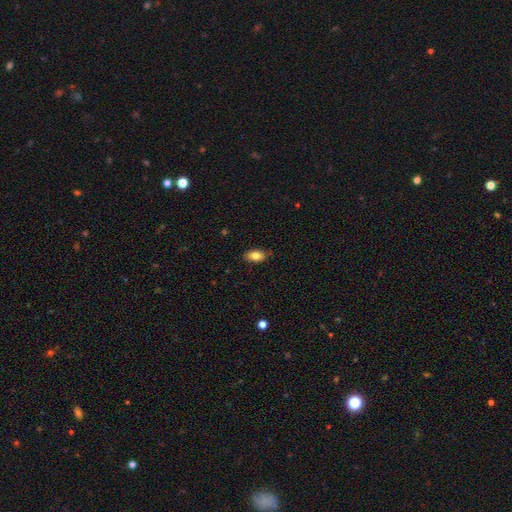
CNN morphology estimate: This appears to be a smooth galaxy with no disk features (81%) that is in between round and cigar-shaped (90%). Merging: none (84%).